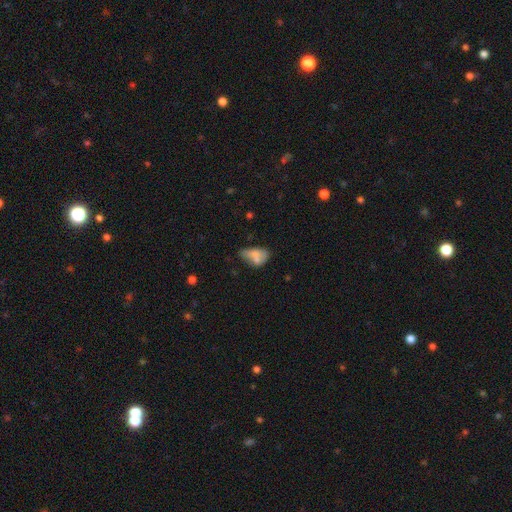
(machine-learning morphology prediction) A smooth galaxy with no disk features (63%) that is in between round and cigar-shaped (87%). Merging: none (28%).